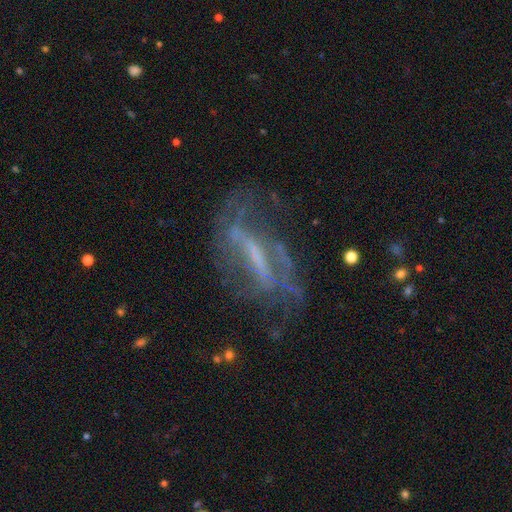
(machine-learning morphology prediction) type=featured or disk (74%); edge-on=no (74%); bar=strong (61%); spiral arms=yes (60%); bulge=none (42%); merging=none (52%).